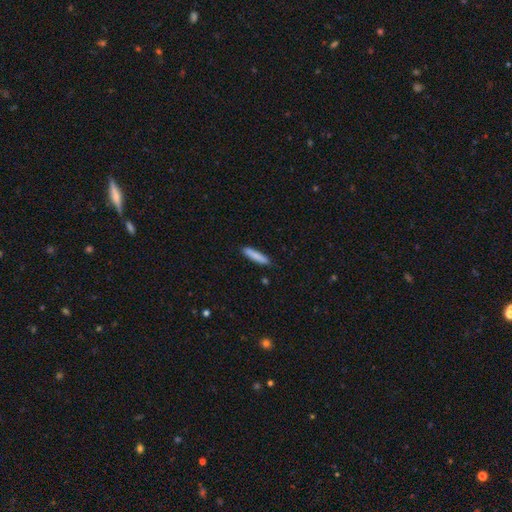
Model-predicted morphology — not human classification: Smooth or featured? Predicted: smooth (p=0.84). How rounded? Predicted: cigar-shaped (p=0.85). Merging? Predicted: none (p=0.86).